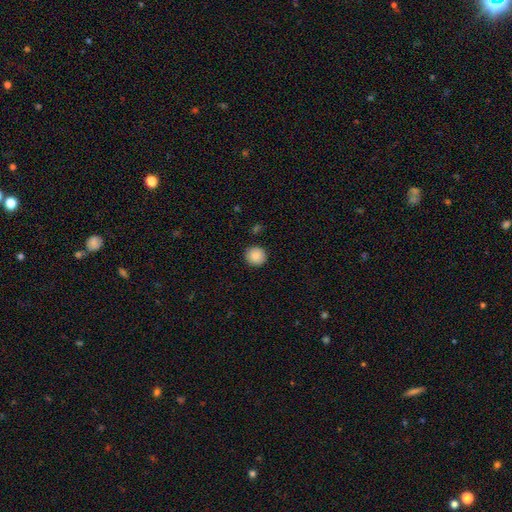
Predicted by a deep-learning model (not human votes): Smooth or featured?
  - smooth: 88% *
  - star or artifact: 8%
  - featured or disk: 4%
How rounded?
  - round: 92% *
  - in between: 7%
  - cigar-shaped: 1%
Merging?
  - none: 91% *
  - minor disturbance: 6%
  - major disturbance: 2%
  - merger: 1%